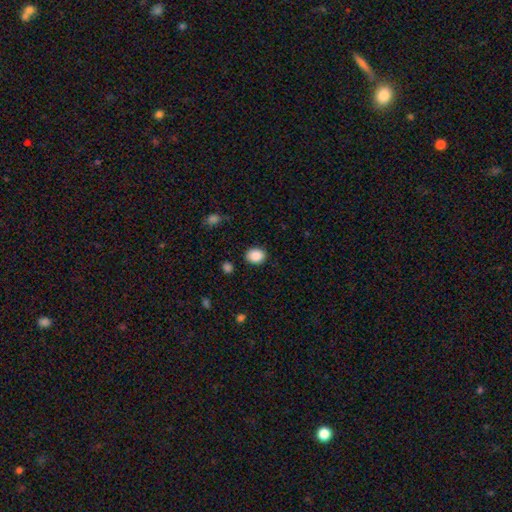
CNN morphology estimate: smooth 89%, star or artifact 8%, featured or disk 3%. Down the decision tree: how rounded — round (51%); merging — none (87%).